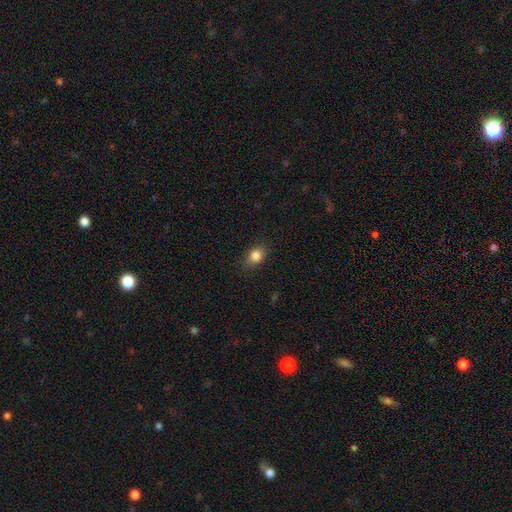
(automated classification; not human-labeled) smooth_or_featured: smooth (p=0.84) [alt: star or artifact p=0.10]
how_rounded: in between (p=0.59) [alt: round p=0.40]
merging: none (p=0.84) [alt: minor disturbance p=0.12]